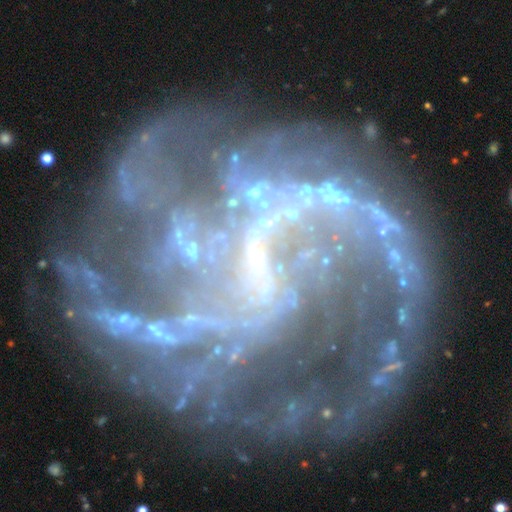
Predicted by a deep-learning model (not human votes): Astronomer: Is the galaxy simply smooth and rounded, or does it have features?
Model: featured or disk — 83%.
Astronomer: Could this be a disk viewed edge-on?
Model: no — 98%.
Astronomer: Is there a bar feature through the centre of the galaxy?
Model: weak — 40% (runner-up: strong, 32%).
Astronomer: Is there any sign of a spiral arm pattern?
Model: yes — 89%.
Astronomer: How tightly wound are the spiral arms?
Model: medium — 41% (runner-up: loose, 37%).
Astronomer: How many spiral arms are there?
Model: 2 — 26% (runner-up: can't tell, 25%).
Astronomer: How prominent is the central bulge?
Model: none — 49% (runner-up: small, 40%).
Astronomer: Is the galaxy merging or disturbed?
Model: none — 55%.